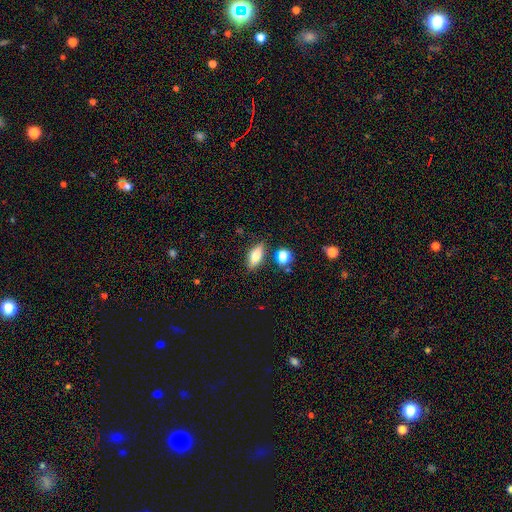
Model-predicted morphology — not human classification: A smooth galaxy with no disk features (67%) that is in between round and cigar-shaped (74%).

Vote fractions:
- Smooth or featured? smooth: 67% / featured or disk: 23% / star or artifact: 9%
- How rounded? in between: 74% / cigar-shaped: 21% / round: 5%
- Merging? none: 81% / minor disturbance: 11% / merger: 4% / major disturbance: 3%